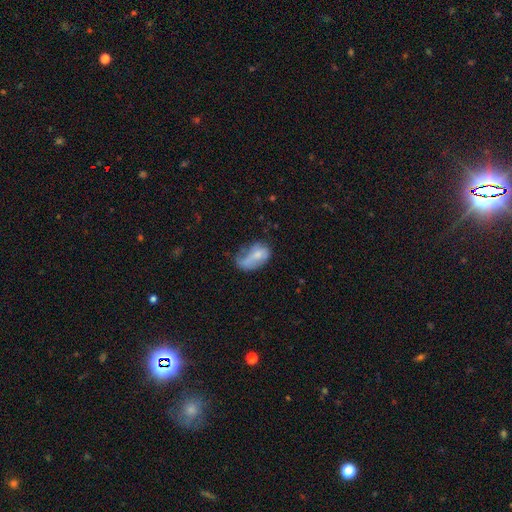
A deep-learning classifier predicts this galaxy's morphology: Smooth or featured? smooth (63%)
How rounded? in between (89%)
Merging? major disturbance (33%, tied with minor disturbance)